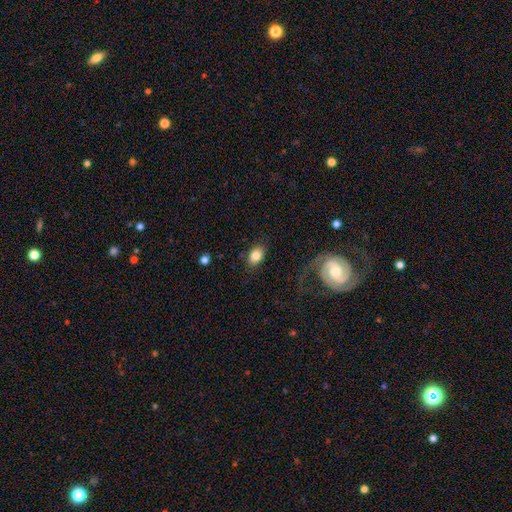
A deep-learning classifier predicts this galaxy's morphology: A smooth galaxy with no disk features (82%) that is in between round and cigar-shaped (81%).

Vote fractions:
- Smooth or featured? smooth: 82% / featured or disk: 10% / star or artifact: 8%
- How rounded? in between: 81% / round: 18% / cigar-shaped: 1%
- Merging? none: 79% / minor disturbance: 13% / major disturbance: 6% / merger: 2%